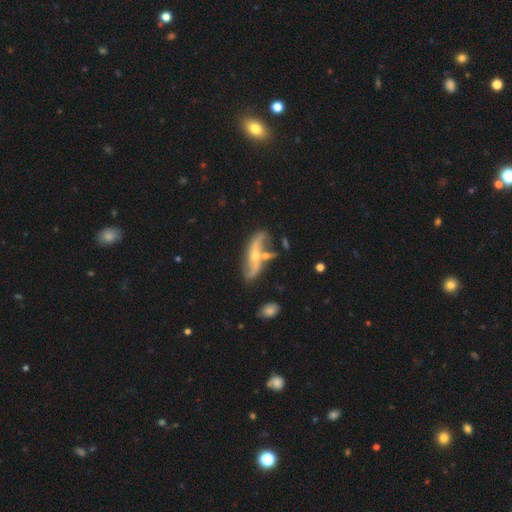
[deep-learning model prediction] Q: Smooth or featured?
A: featured or disk (81%); runner-up: smooth (13%)
Q: Edge-on disk?
A: no (83%); runner-up: yes (17%)
Q: Bar?
A: no (52%); runner-up: weak (27%)
Q: Spiral arms?
A: yes (89%); runner-up: no (11%)
Q: Spiral winding?
A: loose (79%); runner-up: medium (15%)
Q: Spiral arm count?
A: 2 (89%); runner-up: can't tell (5%)
Q: Bulge size?
A: small (55%); runner-up: moderate (41%)
Q: Merging?
A: none (53%); runner-up: minor disturbance (20%)